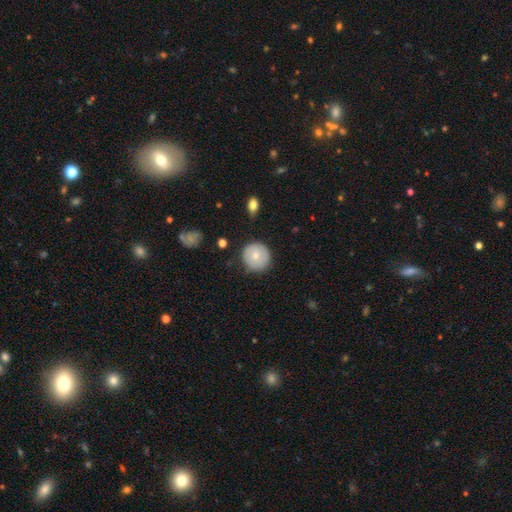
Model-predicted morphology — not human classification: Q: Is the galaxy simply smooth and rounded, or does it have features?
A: smooth — 71%.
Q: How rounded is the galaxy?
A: round — 93%.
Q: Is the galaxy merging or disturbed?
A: none — 81%.